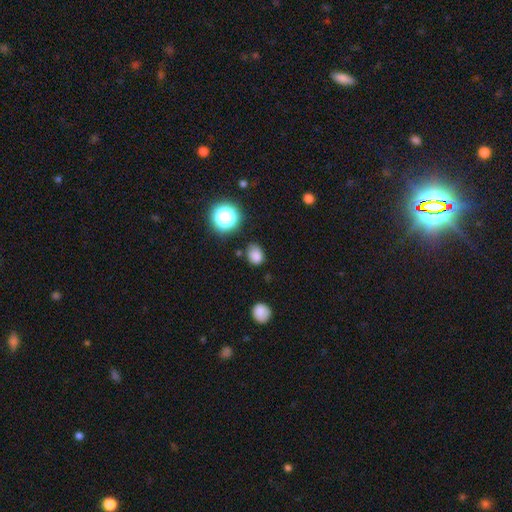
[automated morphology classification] Smooth or featured?
  - smooth: 80% *
  - star or artifact: 15%
  - featured or disk: 5%
How rounded?
  - round: 50% *
  - in between: 49%
  - cigar-shaped: 1%
Merging?
  - none: 70% *
  - minor disturbance: 20%
  - major disturbance: 5%
  - merger: 4%